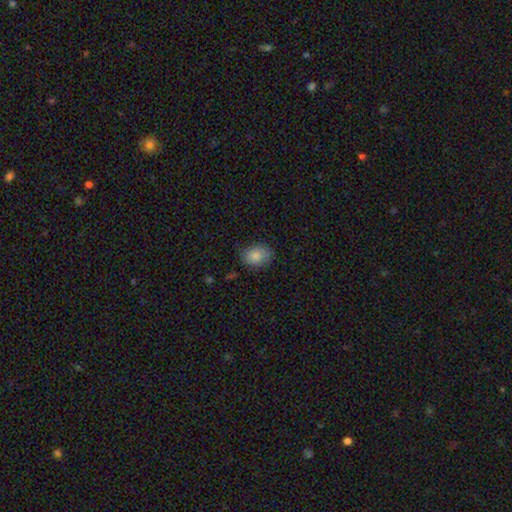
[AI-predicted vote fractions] Q: Smooth or featured?
A: smooth (84%); runner-up: featured or disk (8%)
Q: How rounded?
A: in between (71%); runner-up: round (28%)
Q: Merging?
A: none (77%); runner-up: minor disturbance (18%)